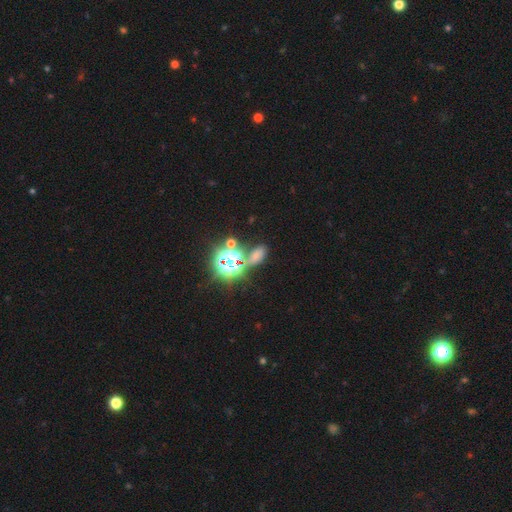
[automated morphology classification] Q: Smooth or featured?
A: star or artifact (49%); runner-up: smooth (40%)